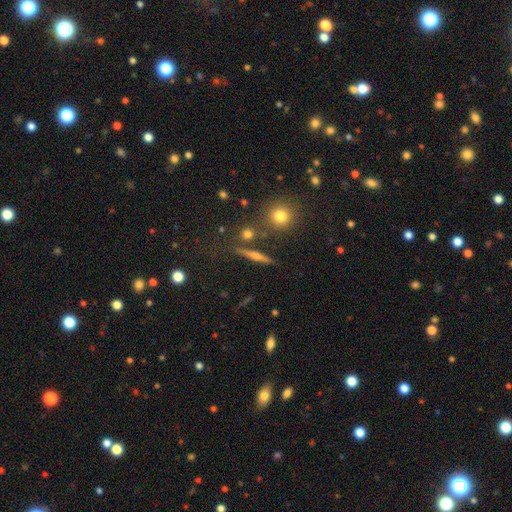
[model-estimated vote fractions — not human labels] This is possibly a featured or disk galaxy (59%). It is clearly viewed edge-on (94%). Edge-on bulge: clearly rounded (85%). Merging: clearly none (85%).